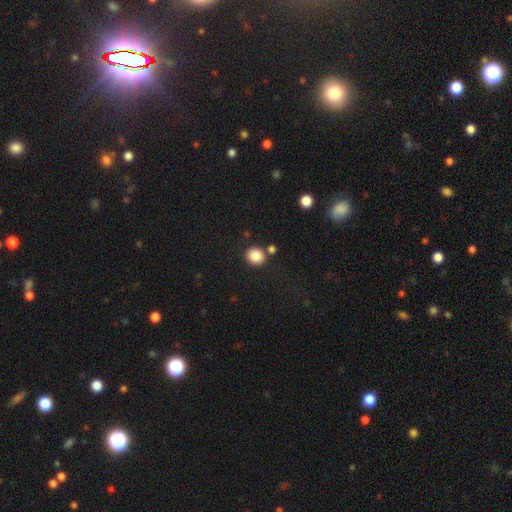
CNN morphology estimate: This is clearly a smooth galaxy (87%). How rounded: likely round (80%). Merging: likely none (79%).